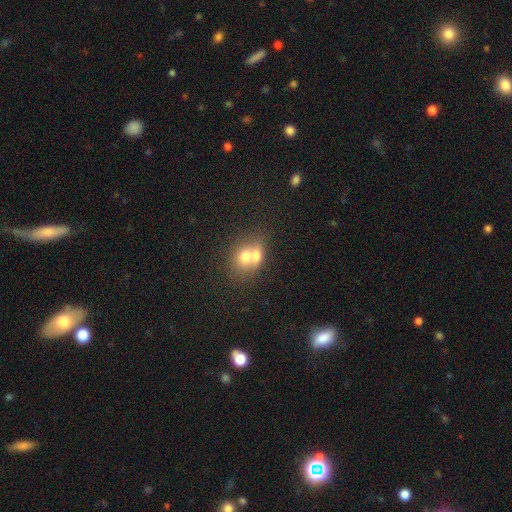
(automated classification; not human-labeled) Morphology: type=smooth (68%); roundness=round (54%); merging=merger (69%).